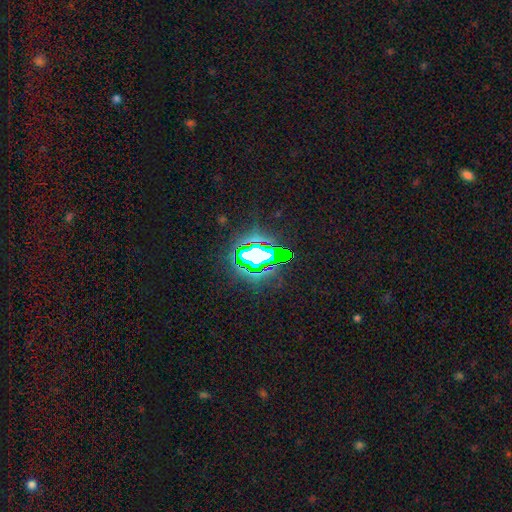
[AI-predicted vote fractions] A star or artifact, not a galaxy (69%).